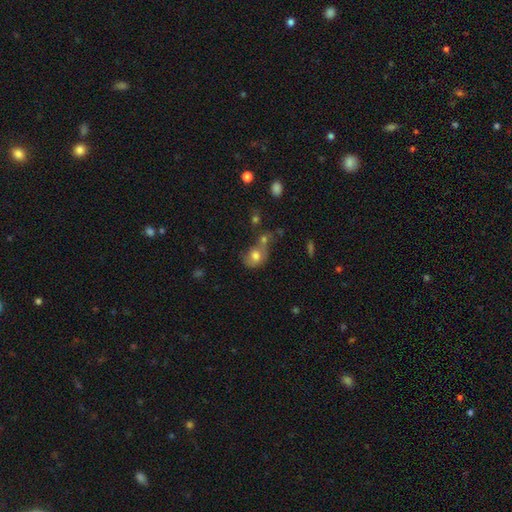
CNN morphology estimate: type=smooth (71%); roundness=in between (50%); merging=merger (41%).